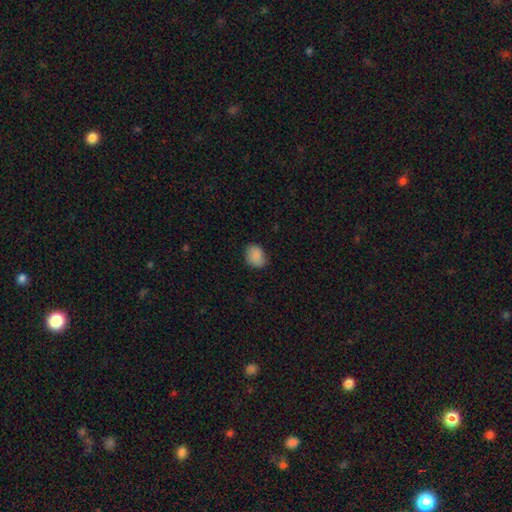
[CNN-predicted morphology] Smooth or featured?
  - smooth: 88% *
  - star or artifact: 8%
  - featured or disk: 4%
How rounded?
  - in between: 61% *
  - round: 38%
  - cigar-shaped: 1%
Merging?
  - none: 76% *
  - minor disturbance: 20%
  - major disturbance: 3%
  - merger: 1%